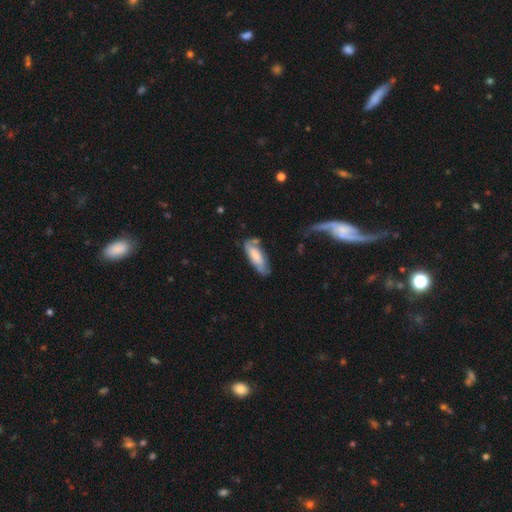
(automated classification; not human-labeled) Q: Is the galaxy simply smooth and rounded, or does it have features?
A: smooth — 61%.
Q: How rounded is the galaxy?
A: in between — 61%.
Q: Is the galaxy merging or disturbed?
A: none — 59%.